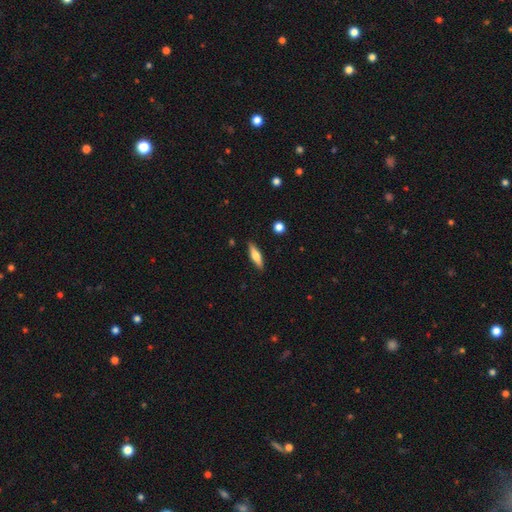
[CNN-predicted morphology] Smooth or featured? Predicted: smooth (p=0.59). How rounded? Predicted: cigar-shaped (p=0.65). Merging? Predicted: none (p=0.88).